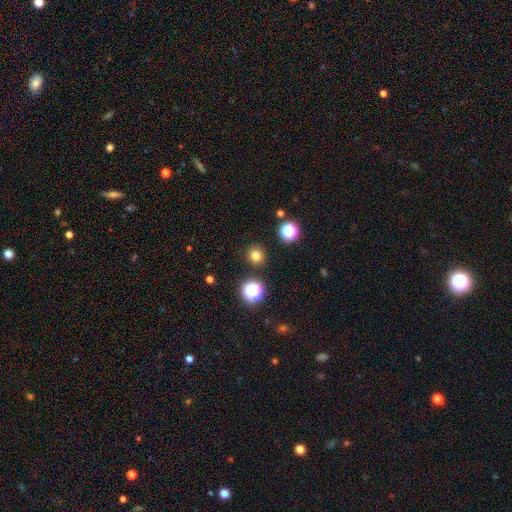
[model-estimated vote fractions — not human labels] Smooth or featured: smooth — 78% (star or artifact — 18%)
How rounded: round — 93% (in between — 6%)
Merging: none — 90% (minor disturbance — 6%)